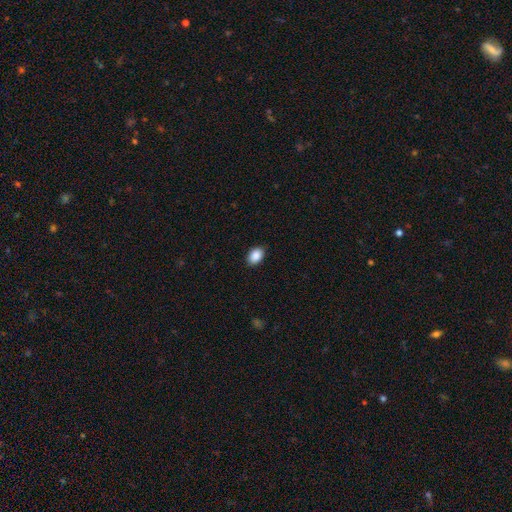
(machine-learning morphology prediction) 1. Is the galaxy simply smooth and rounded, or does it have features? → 90% smooth, 7% star or artifact, 3% featured or disk.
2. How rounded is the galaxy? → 85% in between, 14% round, 1% cigar-shaped.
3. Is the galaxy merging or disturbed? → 89% none, 8% minor disturbance, 2% major disturbance, 1% merger.